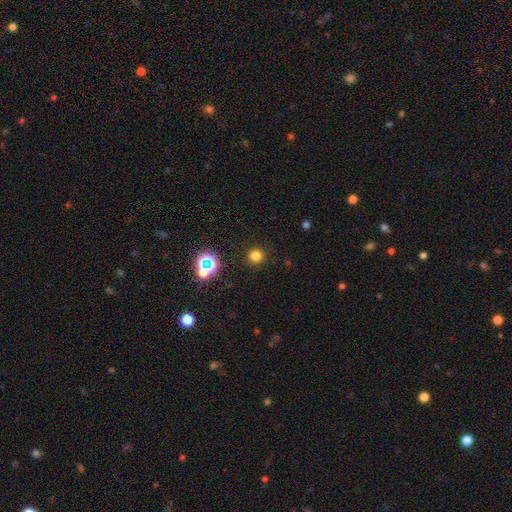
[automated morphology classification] type=smooth (75%); roundness=round (94%); merging=none (91%).